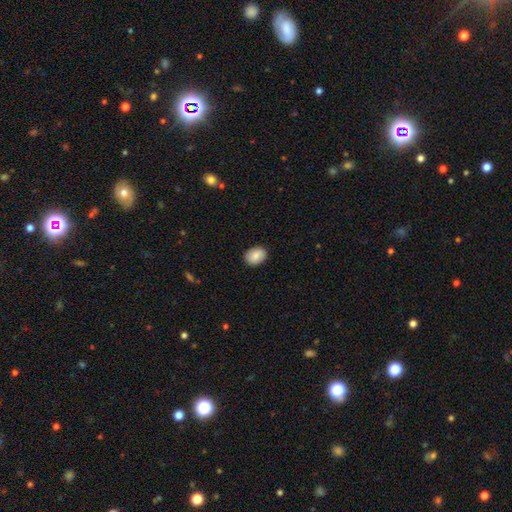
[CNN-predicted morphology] type=smooth (84%); roundness=in between (70%); merging=none (89%).